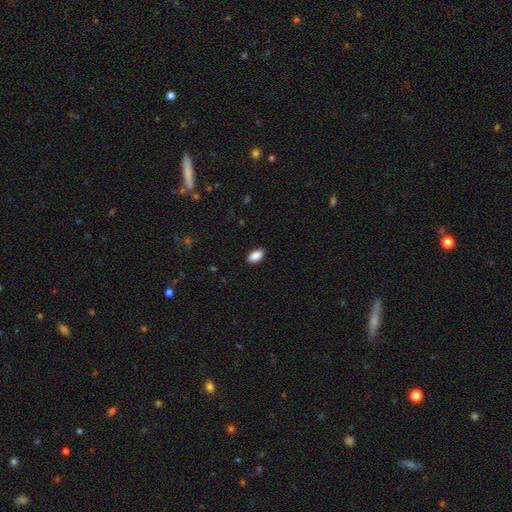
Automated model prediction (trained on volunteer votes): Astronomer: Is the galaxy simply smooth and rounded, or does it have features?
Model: smooth — 90%.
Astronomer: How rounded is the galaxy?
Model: in between — 94%.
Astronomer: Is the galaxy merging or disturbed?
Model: none — 89%.